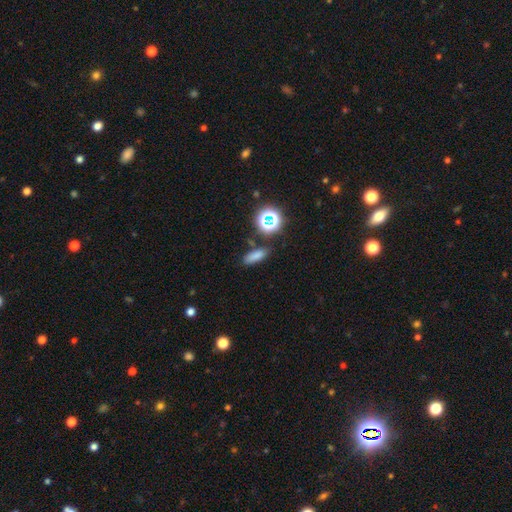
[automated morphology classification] Smooth or featured?
  - smooth: 74% *
  - star or artifact: 18%
  - featured or disk: 7%
How rounded?
  - in between: 57% *
  - cigar-shaped: 33%
  - round: 9%
Merging?
  - none: 79% *
  - minor disturbance: 11%
  - merger: 6%
  - major disturbance: 3%